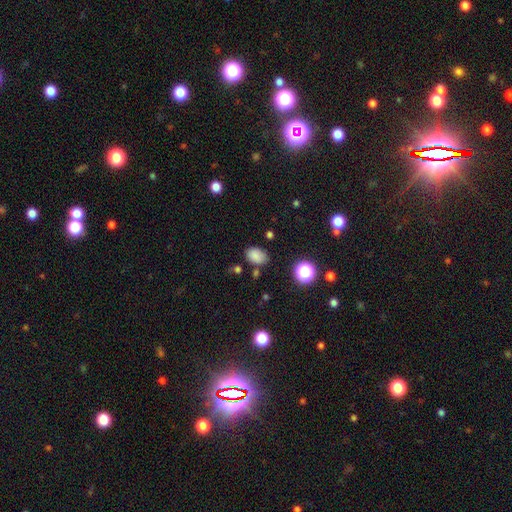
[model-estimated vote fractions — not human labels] The model was most divided on "merging": none: 76%, minor disturbance: 16%, major disturbance: 4%, merger: 4%. More confident: smooth or featured — smooth (82%); how rounded — in between (80%).